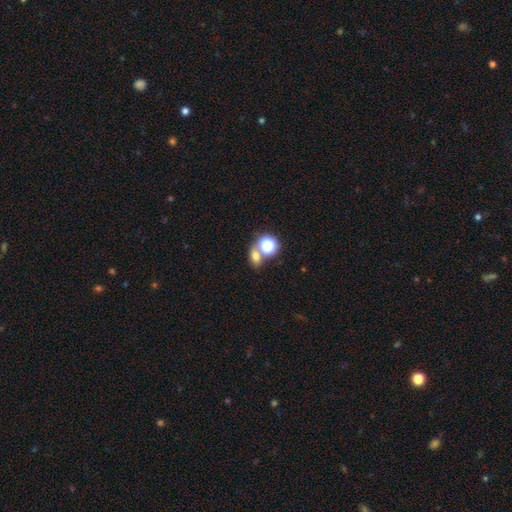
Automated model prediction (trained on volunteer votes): A smooth galaxy with no disk features (67%) that is in between round and cigar-shaped (53%). Merging: none (53%).